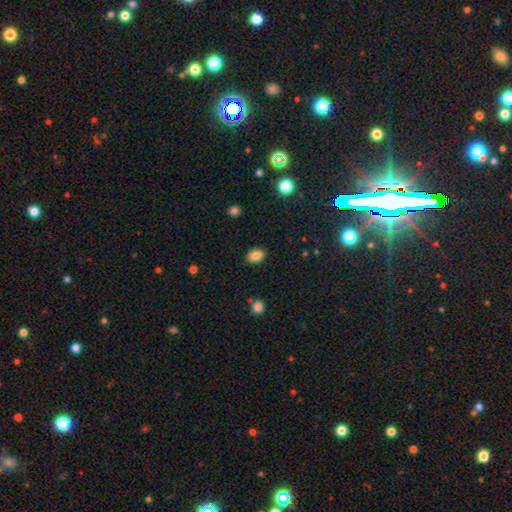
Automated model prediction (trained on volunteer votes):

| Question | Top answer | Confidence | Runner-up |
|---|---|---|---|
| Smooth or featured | smooth | 85% | star or artifact (9%) |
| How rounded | in between | 75% | round (24%) |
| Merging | none | 87% | minor disturbance (10%) |